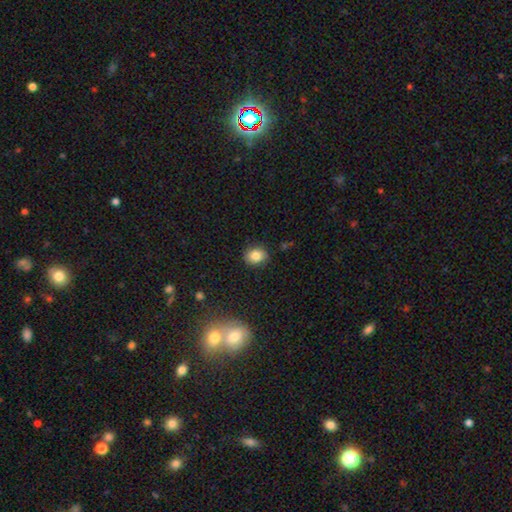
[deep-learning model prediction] Smooth or featured?
  - smooth: 82% *
  - star or artifact: 11%
  - featured or disk: 7%
How rounded?
  - round: 59% *
  - in between: 41%
  - cigar-shaped: 1%
Merging?
  - none: 87% *
  - minor disturbance: 9%
  - major disturbance: 2%
  - merger: 1%